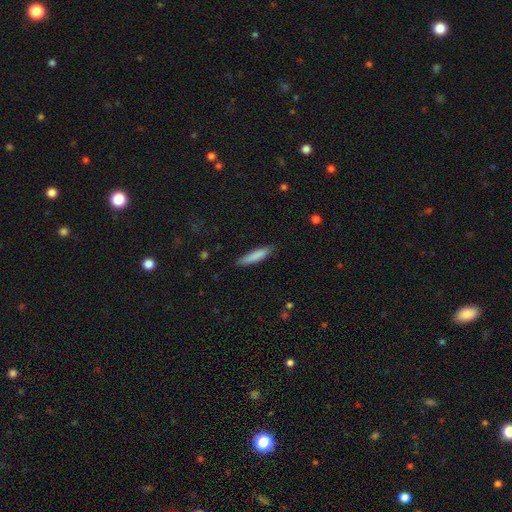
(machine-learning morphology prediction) Smooth or featured?
  - smooth: 83% *
  - featured or disk: 11%
  - star or artifact: 6%
How rounded?
  - cigar-shaped: 84% *
  - in between: 15%
  - round: 1%
Merging?
  - none: 83% *
  - minor disturbance: 14%
  - major disturbance: 2%
  - merger: 1%